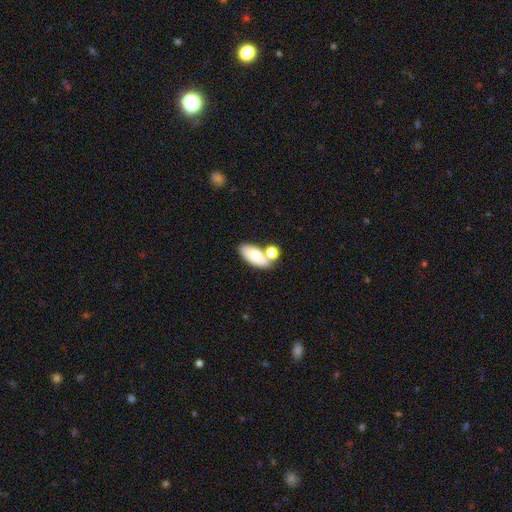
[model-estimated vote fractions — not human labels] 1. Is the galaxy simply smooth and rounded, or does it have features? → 80% smooth, 12% featured or disk, 7% star or artifact.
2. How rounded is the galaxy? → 89% in between, 7% cigar-shaped, 4% round.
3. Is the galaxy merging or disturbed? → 54% none, 28% merger, 13% minor disturbance, 5% major disturbance.